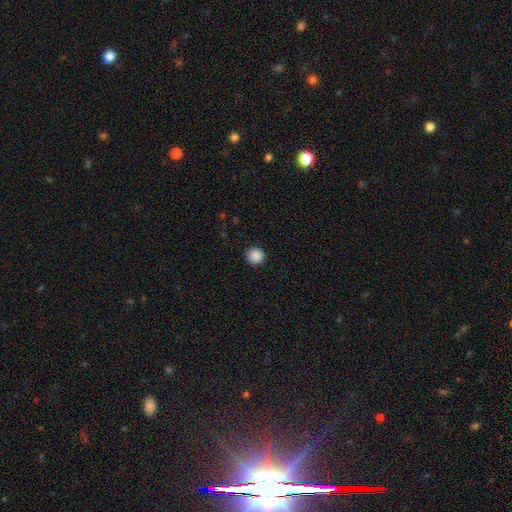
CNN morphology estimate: Smooth or featured: smooth — 88% (star or artifact — 9%)
How rounded: round — 95% (in between — 4%)
Merging: none — 92% (minor disturbance — 5%)